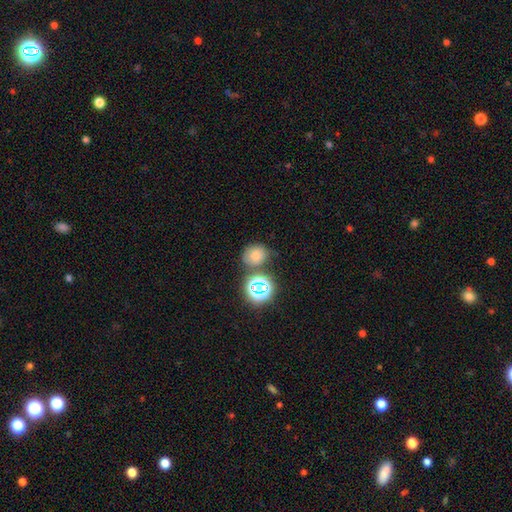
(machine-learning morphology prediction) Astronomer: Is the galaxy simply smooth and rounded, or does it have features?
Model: smooth — 58%.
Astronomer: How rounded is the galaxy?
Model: round — 76%.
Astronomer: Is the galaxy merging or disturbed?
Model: none — 70%.